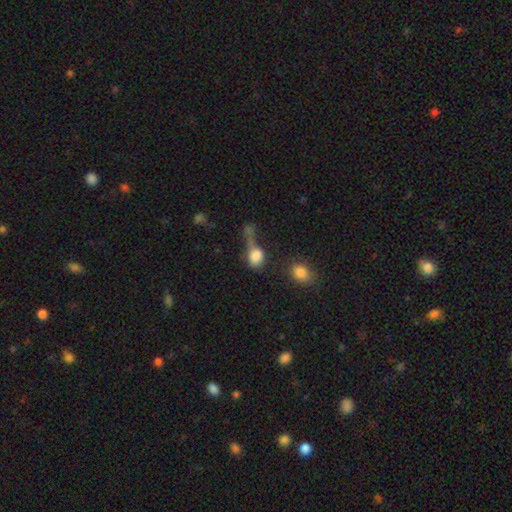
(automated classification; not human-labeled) Smooth or featured? Predicted: smooth (p=0.76). How rounded? Predicted: in between (p=0.58). Merging? Predicted: major disturbance (p=0.34).